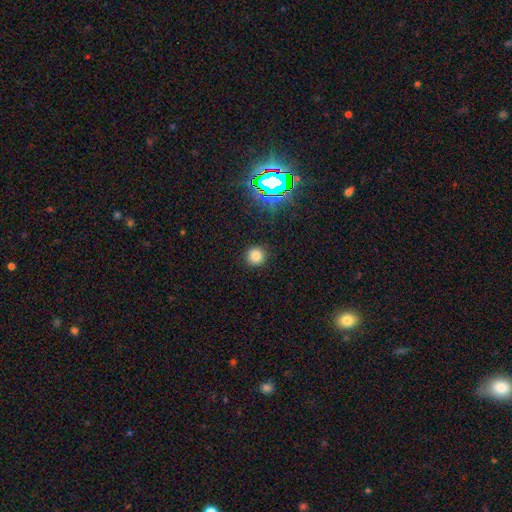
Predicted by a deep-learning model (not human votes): Smooth or featured? smooth (78%)
How rounded? round (94%)
Merging? none (90%)